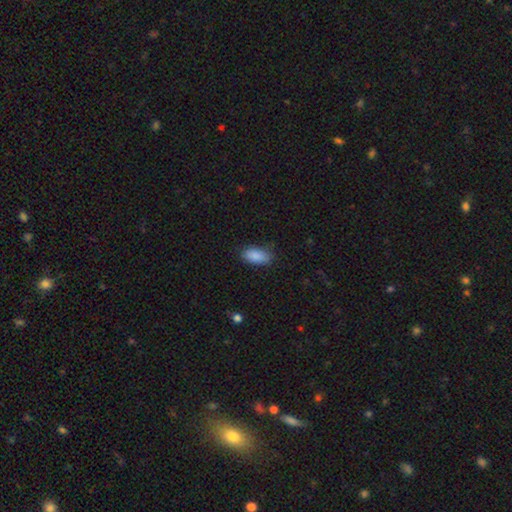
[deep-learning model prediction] Morphology: type=smooth (89%); roundness=in between (89%); merging=none (80%).